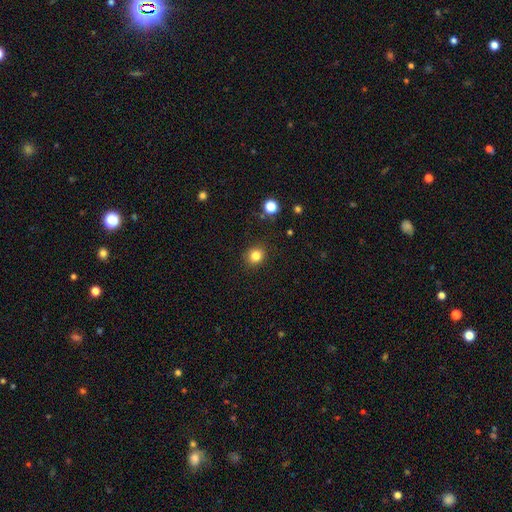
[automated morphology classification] Overall: smooth (82%). How rounded: round (81%). Merging: none (90%).